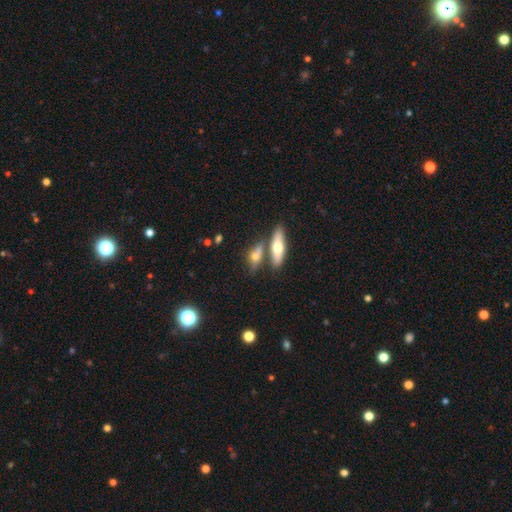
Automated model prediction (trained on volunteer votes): Overall: smooth (63%; featured or disk 29%). How rounded: in between (54%; cigar-shaped 36%). Merging: none (50%; merger 34%).